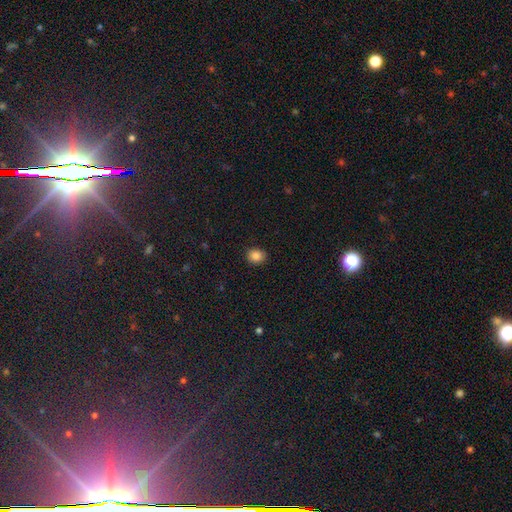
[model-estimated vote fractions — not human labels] Smooth or featured? Predicted: smooth (p=0.86). How rounded? Predicted: round (p=0.64). Merging? Predicted: none (p=0.89).